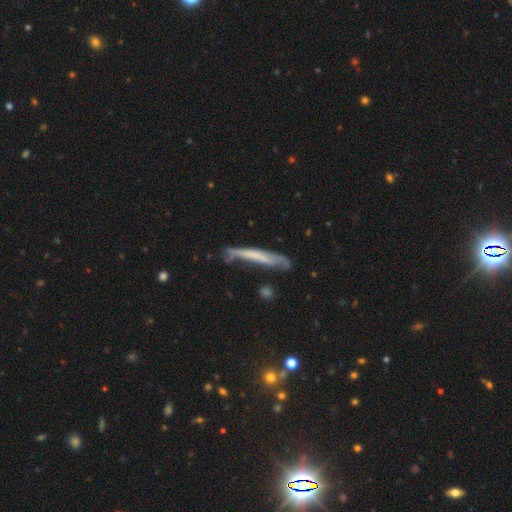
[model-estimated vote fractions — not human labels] Overall: featured or disk (48%; smooth 45%). Merging: none (50%; minor disturbance 29%).